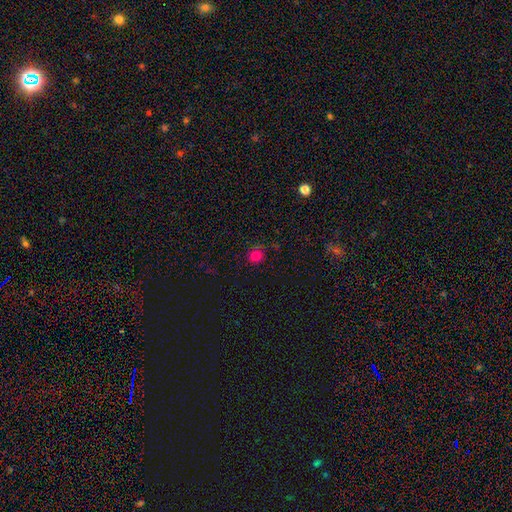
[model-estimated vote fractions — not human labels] This appears to be a smooth galaxy with no disk features (78%) that is round (89%). Merging: none (78%).